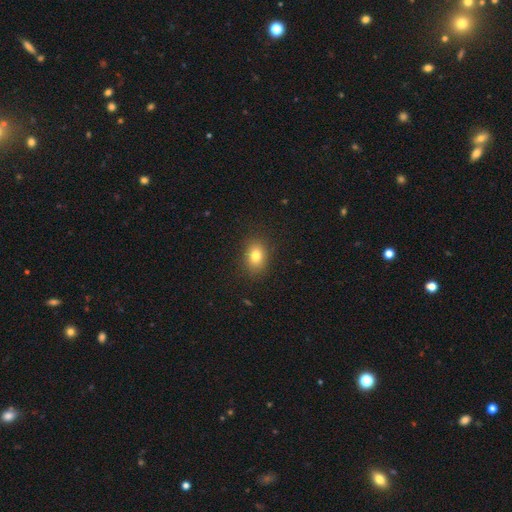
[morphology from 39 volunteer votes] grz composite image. It shows a smooth galaxy with no disk features (82%) that is in between round and cigar-shaped (72%). Merging: none (92%).